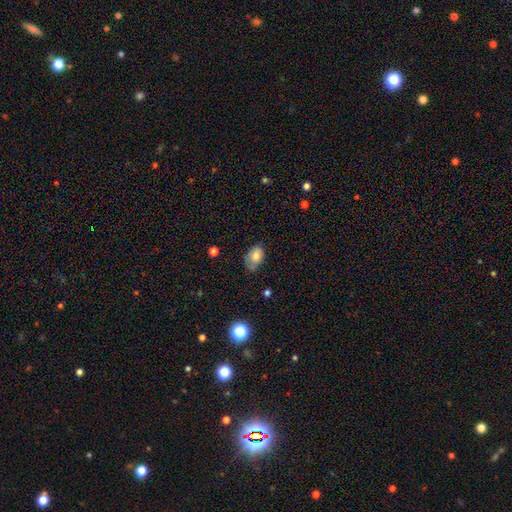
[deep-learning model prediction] Overall: smooth (79%). How rounded: in between (81%). Merging: none (52%; minor disturbance 34%).